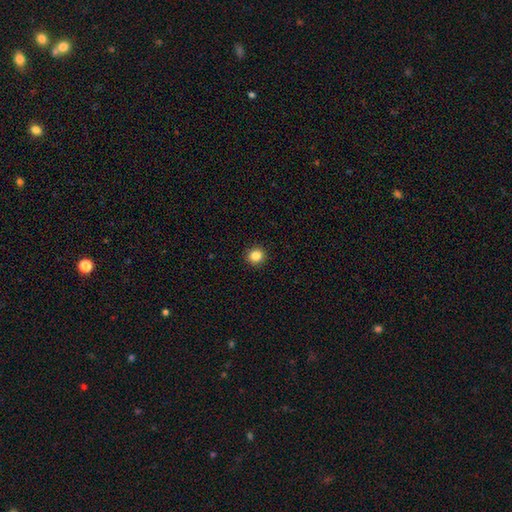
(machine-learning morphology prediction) The model was most divided on "smooth or featured": smooth: 85%, star or artifact: 11%, featured or disk: 4%. More confident: merging — none (93%); how rounded — round (90%).